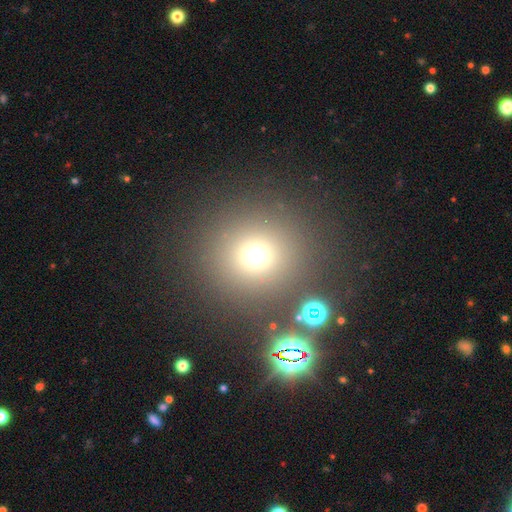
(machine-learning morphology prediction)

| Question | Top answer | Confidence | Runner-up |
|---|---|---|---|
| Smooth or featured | smooth | 67% | star or artifact (24%) |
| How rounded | round | 93% | in between (6%) |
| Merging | none | 82% | merger (7%) |